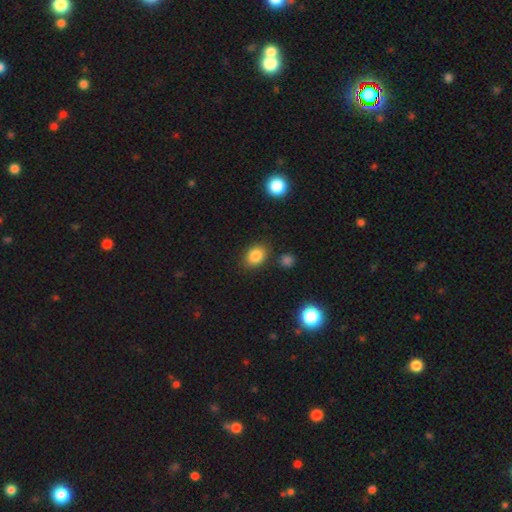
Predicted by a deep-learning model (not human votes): smooth 85%, star or artifact 9%, featured or disk 6%. Down the decision tree: how rounded — in between (61%); merging — none (81%).